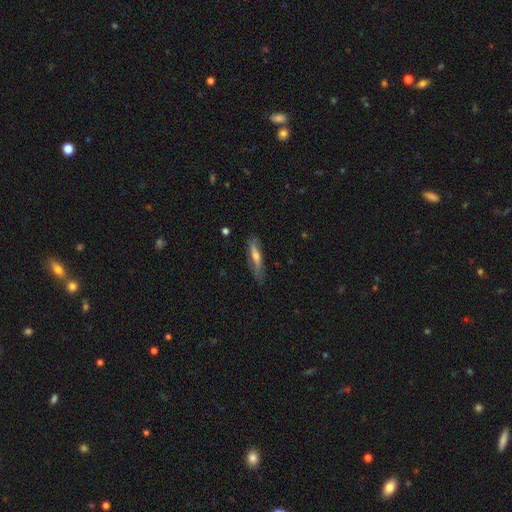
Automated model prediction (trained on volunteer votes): Smooth or featured?
  - featured or disk: 56% *
  - smooth: 38%
  - star or artifact: 6%
Edge-on disk?
  - yes: 70% *
  - no: 30%
Merging?
  - none: 72% *
  - minor disturbance: 21%
  - major disturbance: 6%
  - merger: 2%